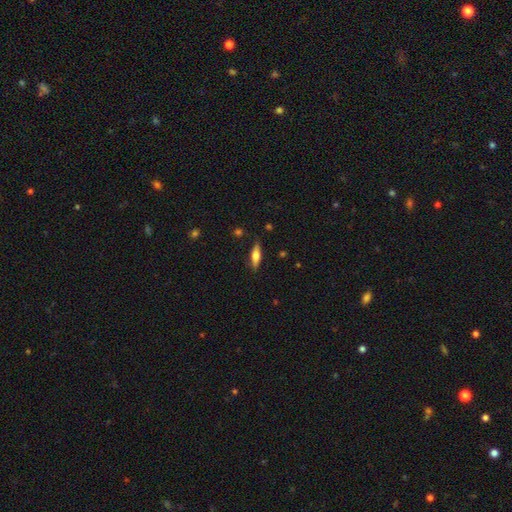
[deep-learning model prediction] smooth-or-featured: smooth: 53% | featured or disk: 40% | star or artifact: 7%
  how-rounded: cigar-shaped: 57% | in between: 40% | round: 3%
  merging: none: 85% | minor disturbance: 11% | major disturbance: 2% | merger: 1%